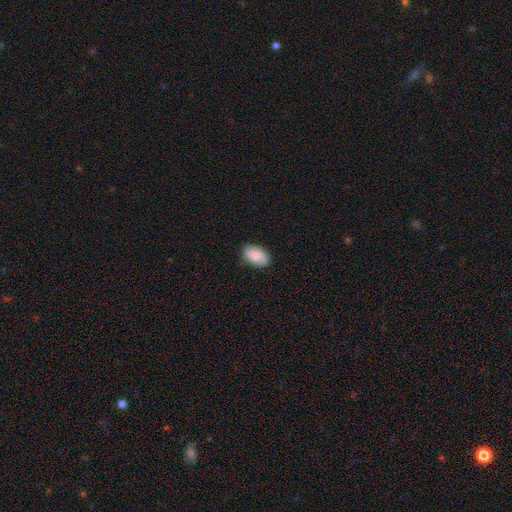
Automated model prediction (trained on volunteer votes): A smooth galaxy with no disk features (83%) that is in between round and cigar-shaped (92%). Merging: none (85%).